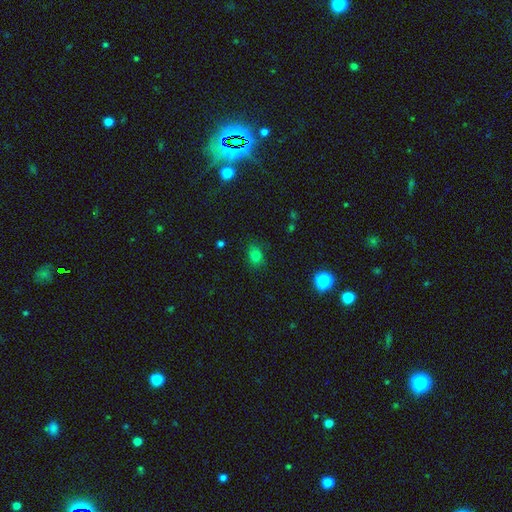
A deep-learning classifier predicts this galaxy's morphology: This appears to be a smooth galaxy with no disk features (75%) that is in between round and cigar-shaped (54%). Merging: none (77%).